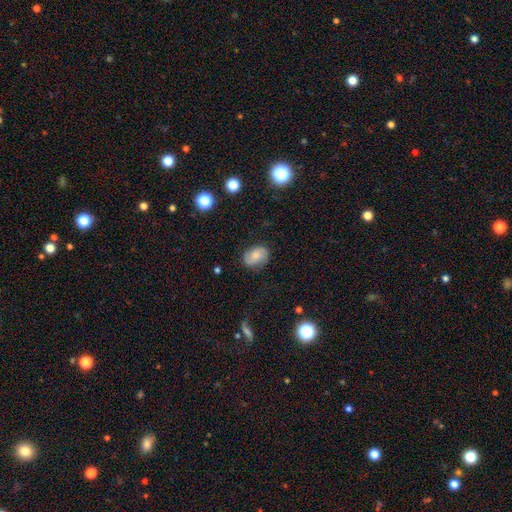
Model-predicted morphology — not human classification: Smooth or featured? featured or disk (47%)
Merging? none (78%)